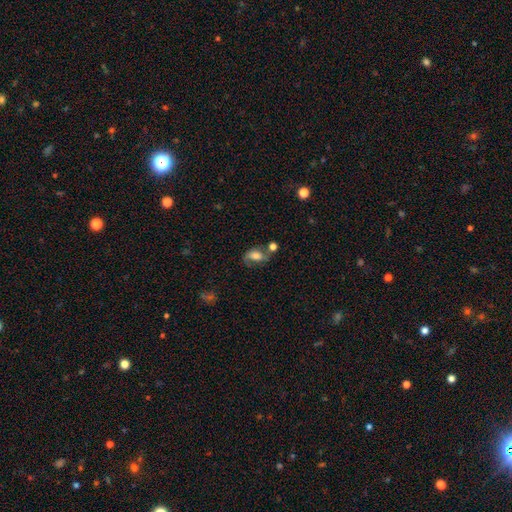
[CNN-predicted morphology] Q: Smooth or featured?
A: smooth (50%); runner-up: featured or disk (39%)
Q: How rounded?
A: in between (82%); runner-up: round (16%)
Q: Merging?
A: none (45%); runner-up: minor disturbance (23%)